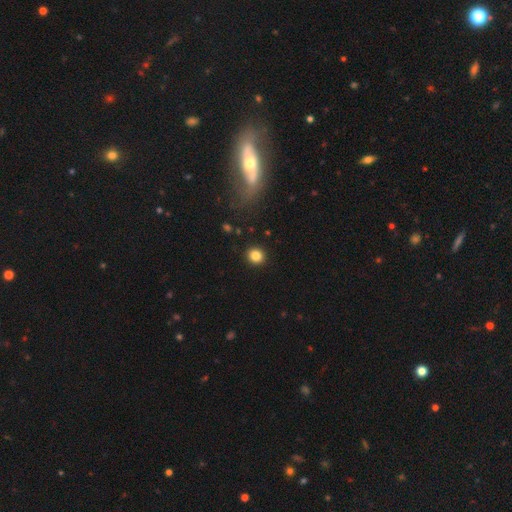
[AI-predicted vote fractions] The model was most divided on "smooth or featured": smooth: 84%, star or artifact: 11%, featured or disk: 5%. More confident: merging — none (92%); how rounded — round (89%).